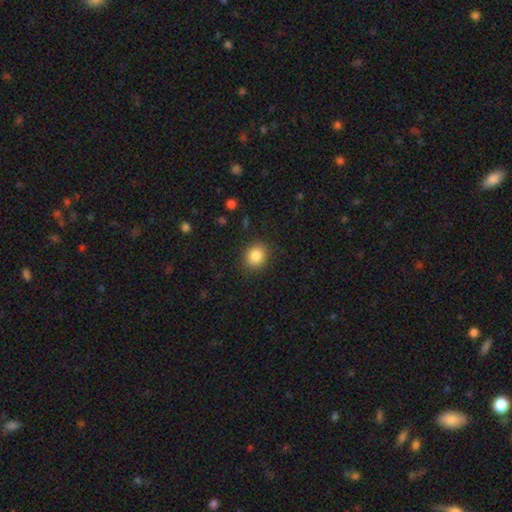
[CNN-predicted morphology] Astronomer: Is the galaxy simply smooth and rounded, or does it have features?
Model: smooth — 85%.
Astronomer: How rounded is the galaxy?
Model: round — 72%.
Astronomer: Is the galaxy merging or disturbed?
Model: none — 88%.